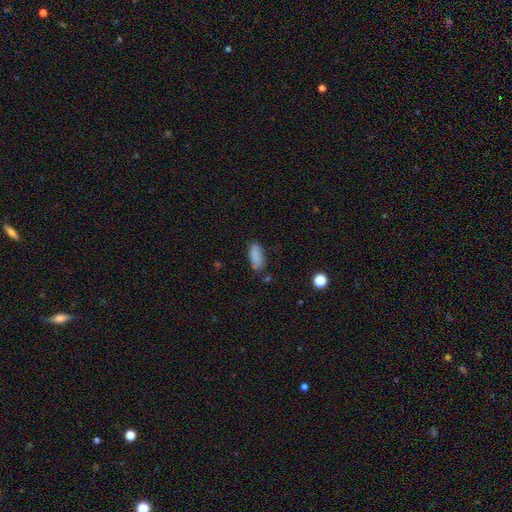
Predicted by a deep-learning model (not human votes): Smooth or featured? smooth (86%)
How rounded? in between (81%)
Merging? none (74%)